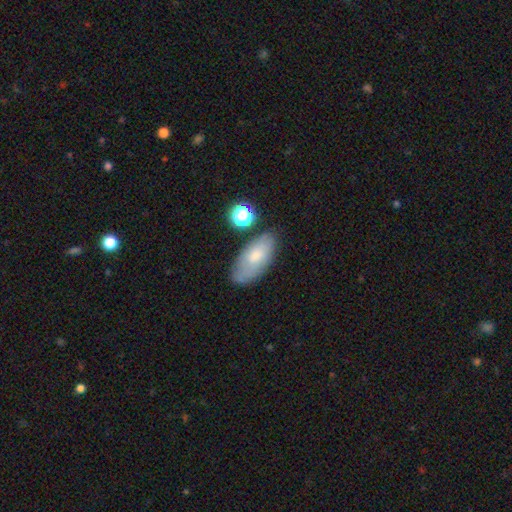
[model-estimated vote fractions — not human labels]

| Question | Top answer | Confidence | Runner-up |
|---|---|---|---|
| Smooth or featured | smooth | 70% | featured or disk (22%) |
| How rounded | in between | 89% | cigar-shaped (7%) |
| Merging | none | 68% | minor disturbance (20%) |